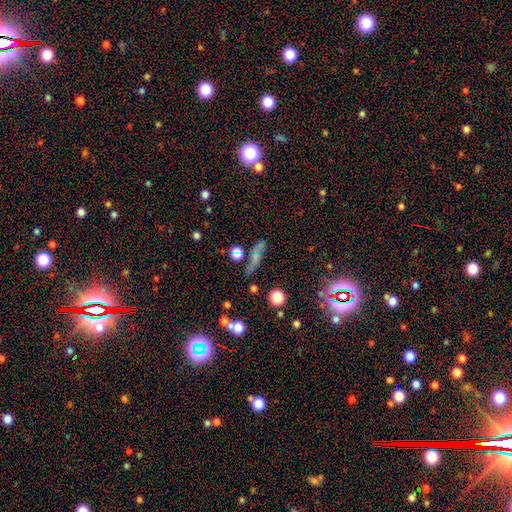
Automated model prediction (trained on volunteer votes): Q: Smooth or featured?
A: smooth (50%); runner-up: featured or disk (30%)
Q: Merging?
A: none (60%); runner-up: minor disturbance (20%)